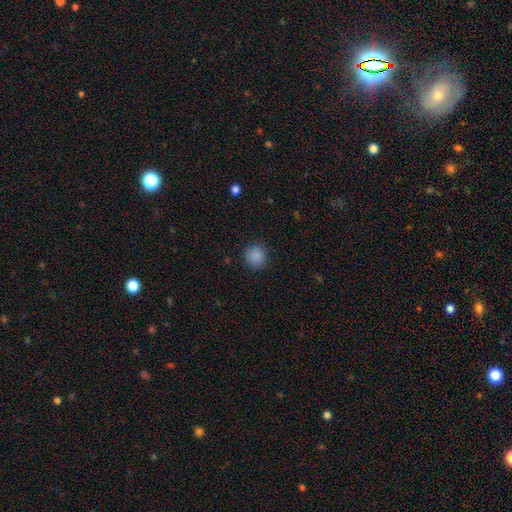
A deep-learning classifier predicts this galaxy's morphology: Smooth or featured? Predicted: smooth (p=0.87). How rounded? Predicted: round (p=0.91). Merging? Predicted: none (p=0.88).